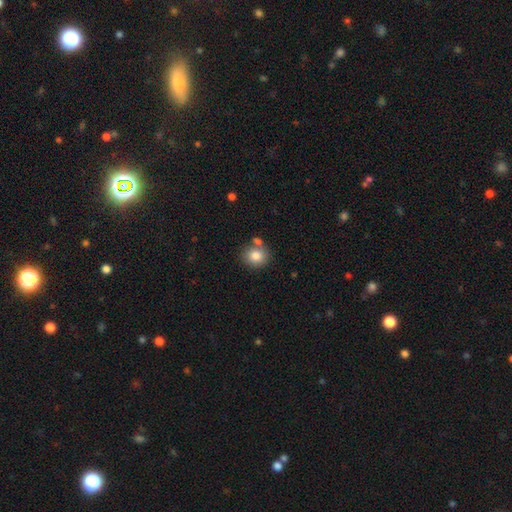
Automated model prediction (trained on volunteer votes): A smooth galaxy with no disk features (82%) that is round (77%).

Vote fractions:
- Smooth or featured? smooth: 82% / star or artifact: 9% / featured or disk: 9%
- How rounded? round: 77% / in between: 22% / cigar-shaped: 1%
- Merging? none: 64% / merger: 20% / minor disturbance: 13% / major disturbance: 4%